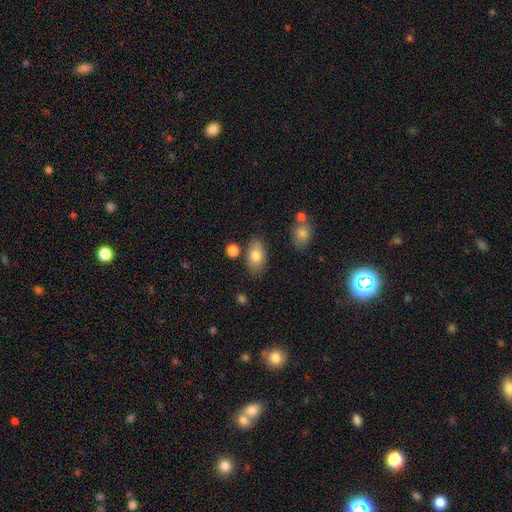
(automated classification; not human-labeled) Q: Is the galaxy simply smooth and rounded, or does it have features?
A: smooth — 81%.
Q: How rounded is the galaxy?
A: in between — 91%.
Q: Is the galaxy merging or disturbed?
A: none — 78%.